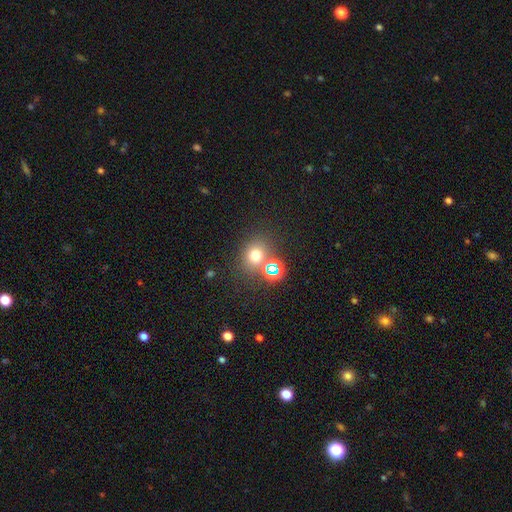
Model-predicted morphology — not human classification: smooth-or-featured: smooth: 65% | star or artifact: 26% | featured or disk: 9%
  how-rounded: round: 76% | in between: 23% | cigar-shaped: 1%
  merging: none: 67% | merger: 19% | minor disturbance: 9% | major disturbance: 4%